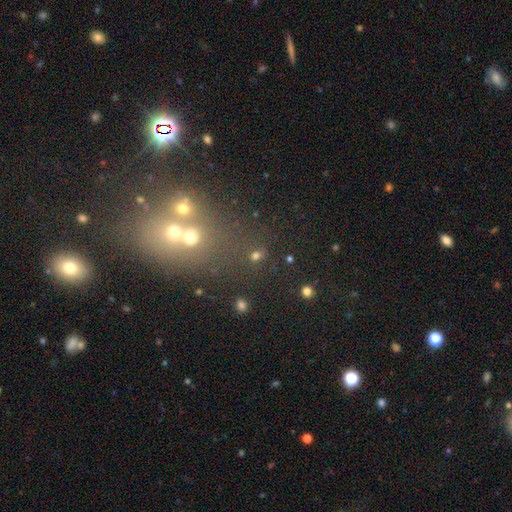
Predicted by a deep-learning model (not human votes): smooth_or_featured: smooth (p=0.53) [alt: star or artifact p=0.34]
how_rounded: round (p=0.69) [alt: in between p=0.28]
merging: none (p=0.58) [alt: merger p=0.26]